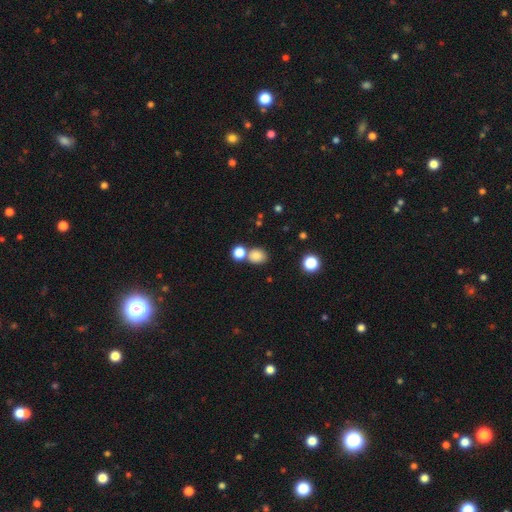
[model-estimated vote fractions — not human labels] Smooth or featured? smooth (82%)
How rounded? round (59%)
Merging? none (61%)